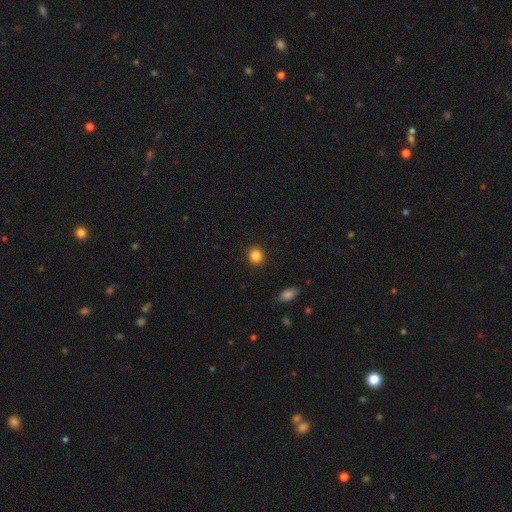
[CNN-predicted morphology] Smooth or featured?
  - smooth: 86% *
  - star or artifact: 11%
  - featured or disk: 4%
How rounded?
  - round: 91% *
  - in between: 8%
  - cigar-shaped: 1%
Merging?
  - none: 92% *
  - minor disturbance: 5%
  - major disturbance: 2%
  - merger: 1%